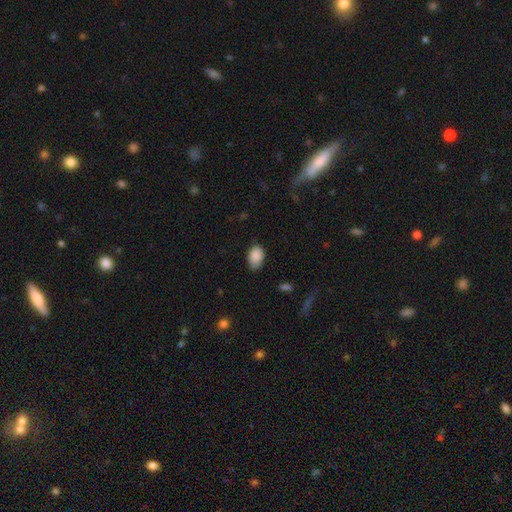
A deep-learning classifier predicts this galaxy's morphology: type=smooth (88%); roundness=in between (87%); merging=none (67%).